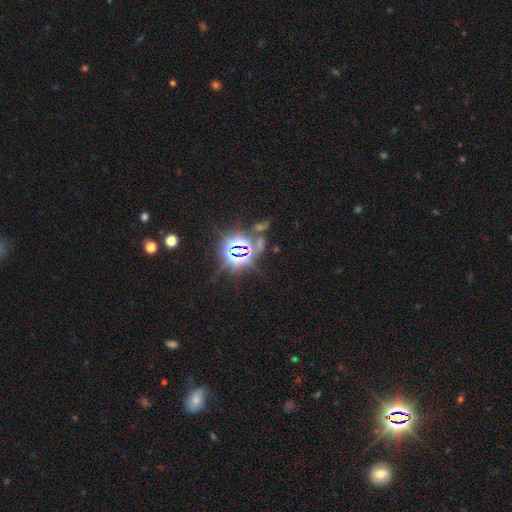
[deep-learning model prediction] This appears to be a star or artifact, not a galaxy (82%).